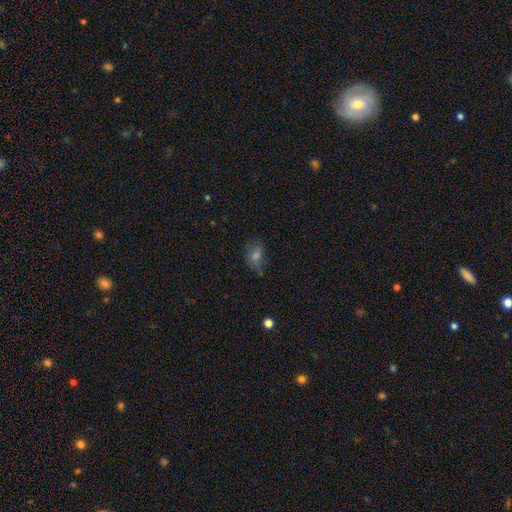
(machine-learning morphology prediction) This appears to be a smooth galaxy with no disk features (62%) that is in between round and cigar-shaped (72%). Merging: none (57%).